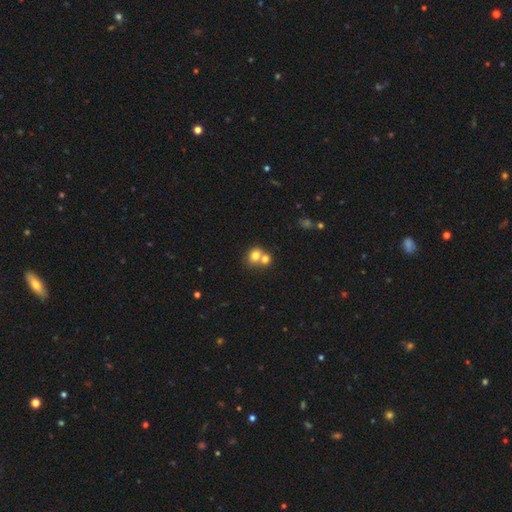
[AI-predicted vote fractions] smooth_or_featured: smooth (p=0.75) [alt: featured or disk p=0.14]
how_rounded: round (p=0.61) [alt: in between p=0.38]
merging: merger (p=0.58) [alt: none p=0.33]